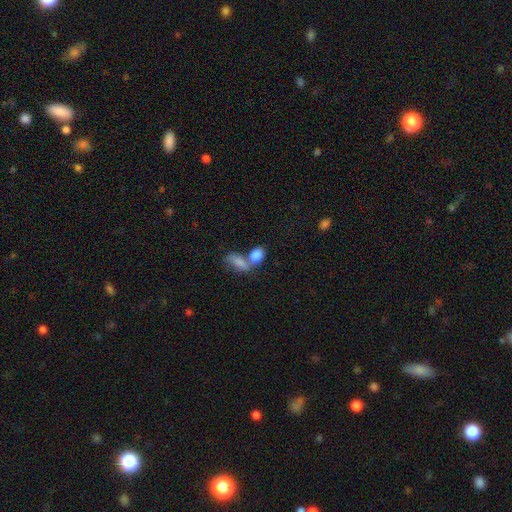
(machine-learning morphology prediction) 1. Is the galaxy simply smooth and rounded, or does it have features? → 82% smooth, 10% featured or disk, 8% star or artifact.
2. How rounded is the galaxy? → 86% in between, 11% round, 4% cigar-shaped.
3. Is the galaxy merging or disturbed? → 63% merger, 24% none, 8% minor disturbance, 5% major disturbance.